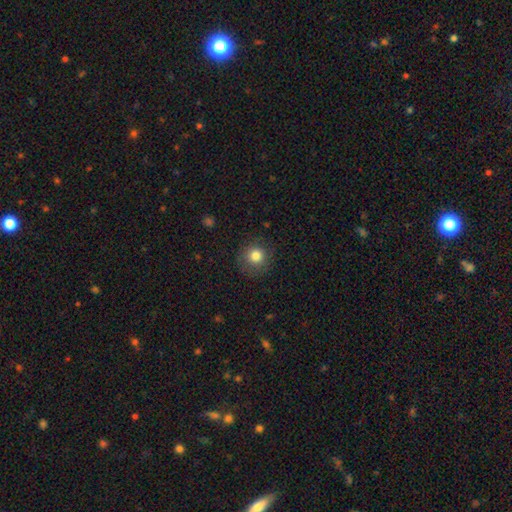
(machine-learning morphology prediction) smooth_or_featured: smooth (p=0.81) [alt: star or artifact p=0.11]
how_rounded: round (p=0.93) [alt: in between p=0.06]
merging: none (p=0.85) [alt: minor disturbance p=0.10]